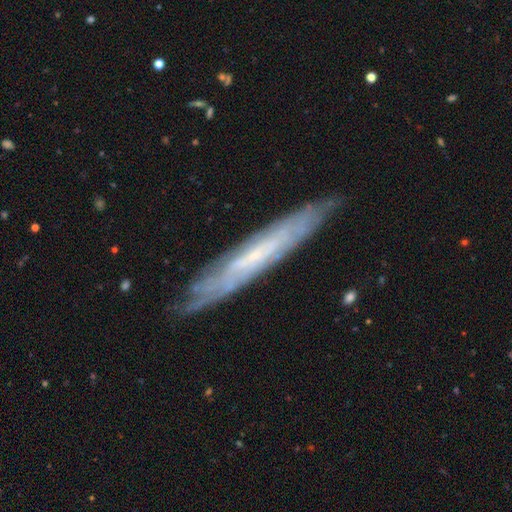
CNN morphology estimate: smooth-or-featured: featured or disk: 72% | smooth: 21% | star or artifact: 7%
  disk-edge-on: yes: 63% | no: 37%
  merging: none: 83% | minor disturbance: 13% | major disturbance: 3% | merger: 1%